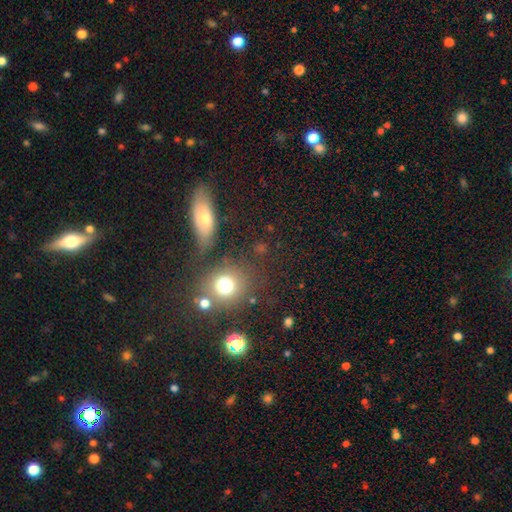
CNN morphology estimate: smooth-or-featured: smooth: 55% | star or artifact: 30% | featured or disk: 14%
  how-rounded: round: 65% | in between: 28% | cigar-shaped: 7%
  merging: none: 72% | merger: 12% | minor disturbance: 11% | major disturbance: 5%